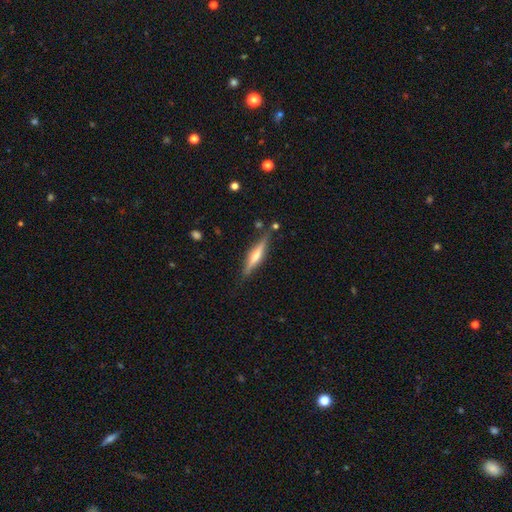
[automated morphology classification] type=featured or disk (66%); edge-on=yes (96%); edge-on bulge=rounded (80%); merging=none (85%).